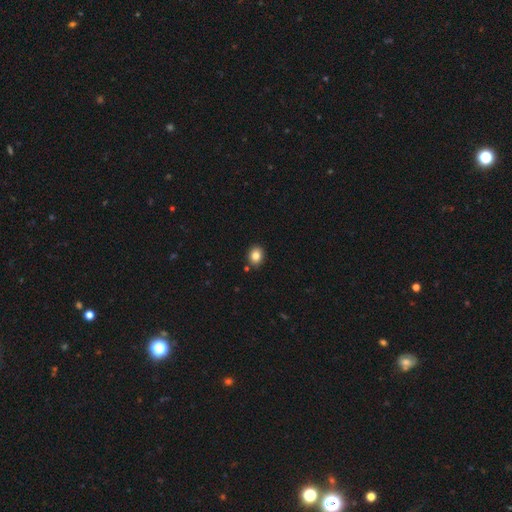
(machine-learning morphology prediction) Smooth or featured? smooth (84%)
How rounded? round (53%)
Merging? none (87%)